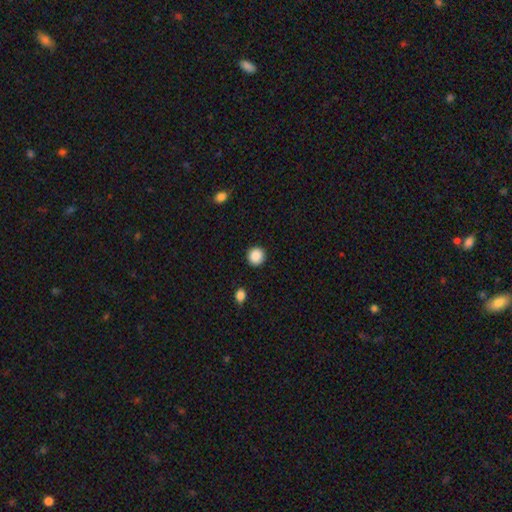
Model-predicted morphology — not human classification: This appears to be a smooth galaxy with no disk features (89%) that is round (93%). Merging: none (91%).